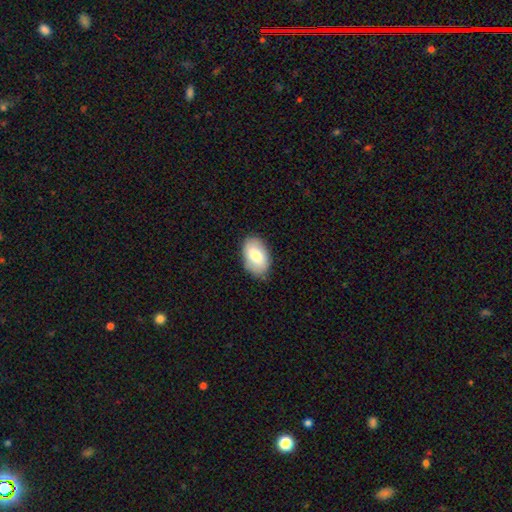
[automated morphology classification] The model was most divided on "smooth or featured": smooth: 78%, featured or disk: 16%, star or artifact: 6%. More confident: how rounded — in between (92%); merging — none (84%).